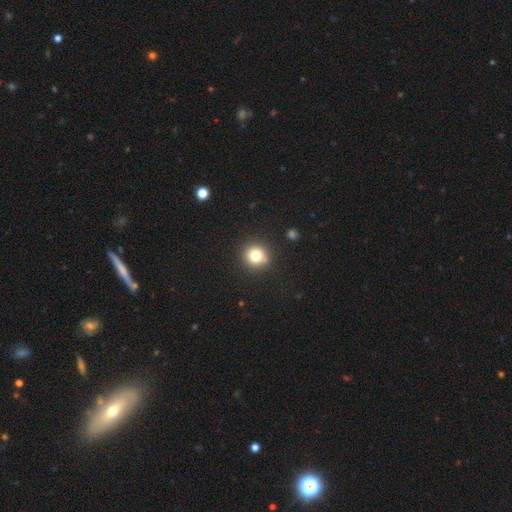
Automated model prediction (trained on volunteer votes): Smooth or featured?
  - smooth: 79% *
  - star or artifact: 13%
  - featured or disk: 8%
How rounded?
  - round: 92% *
  - in between: 7%
  - cigar-shaped: 1%
Merging?
  - none: 87% *
  - minor disturbance: 8%
  - merger: 3%
  - major disturbance: 2%